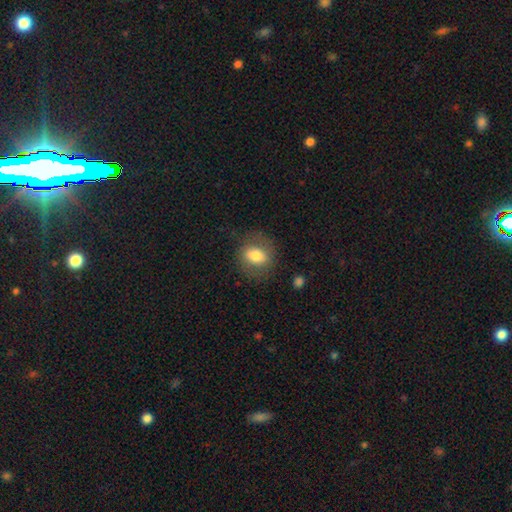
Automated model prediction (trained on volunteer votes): Smooth or featured? Predicted: smooth (p=0.73). How rounded? Predicted: in between (p=0.50). Merging? Predicted: none (p=0.74).